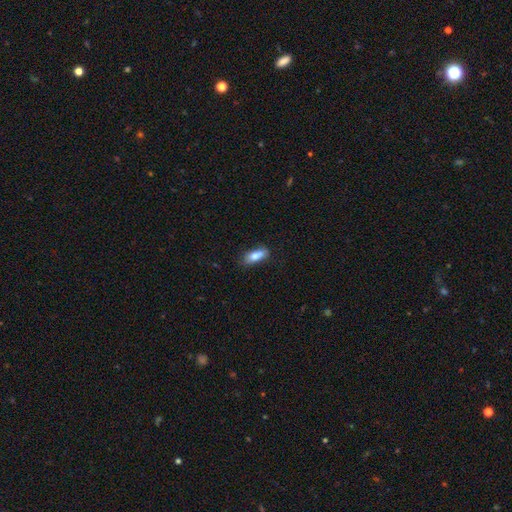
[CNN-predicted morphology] Q: Smooth or featured?
A: smooth (79%); runner-up: featured or disk (14%)
Q: How rounded?
A: in between (73%); runner-up: cigar-shaped (24%)
Q: Merging?
A: none (62%); runner-up: minor disturbance (25%)